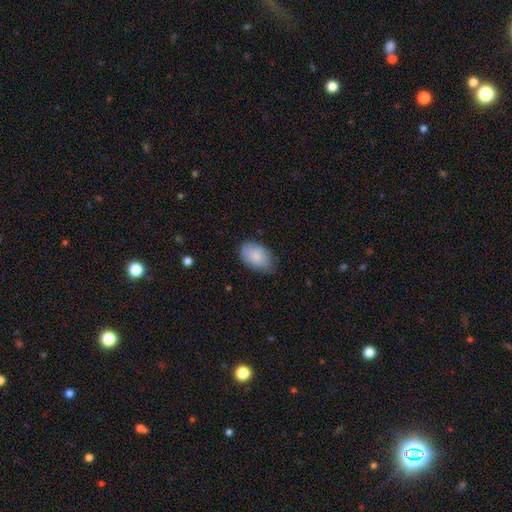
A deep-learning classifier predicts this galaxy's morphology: This appears to be a smooth galaxy with no disk features (84%) that is in between round and cigar-shaped (90%). Merging: none (65%).